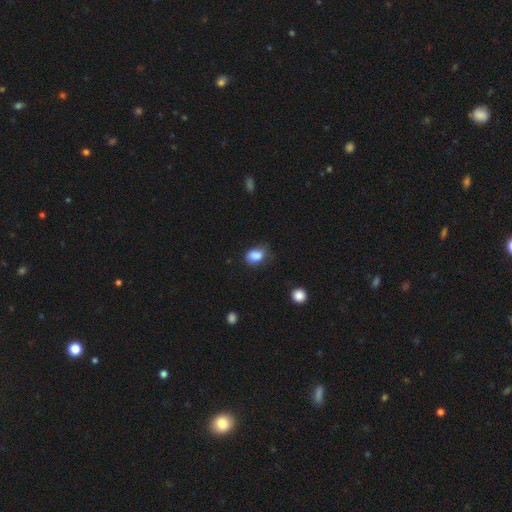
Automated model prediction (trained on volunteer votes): Morphology: type=smooth (85%); roundness=in between (71%); merging=none (58%).